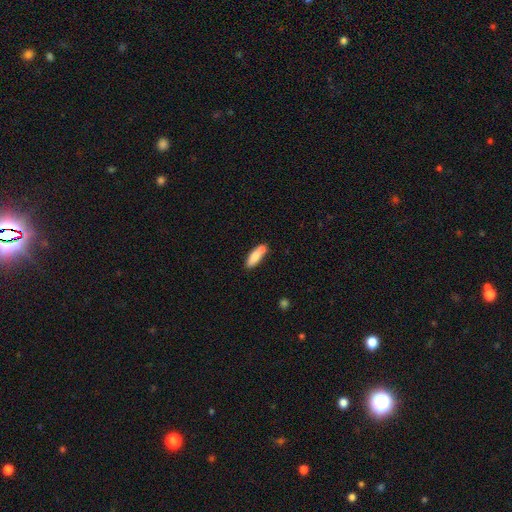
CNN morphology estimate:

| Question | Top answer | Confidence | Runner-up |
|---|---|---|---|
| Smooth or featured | smooth | 77% | featured or disk (16%) |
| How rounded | in between | 56% | cigar-shaped (42%) |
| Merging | none | 50% | merger (30%) |